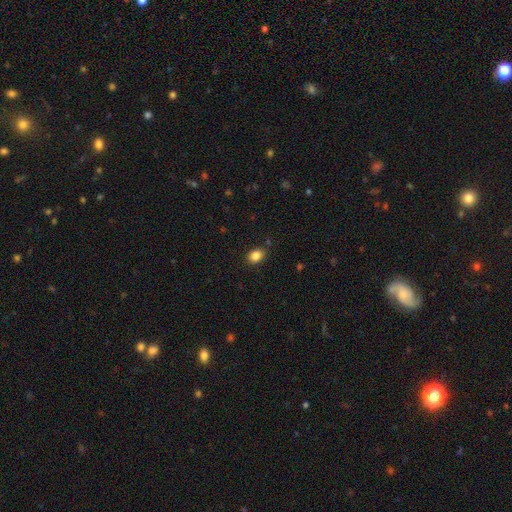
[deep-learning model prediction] smooth-or-featured: smooth: 85% | star or artifact: 10% | featured or disk: 5%
  how-rounded: in between: 66% | round: 33% | cigar-shaped: 1%
  merging: none: 84% | minor disturbance: 12% | major disturbance: 3% | merger: 2%